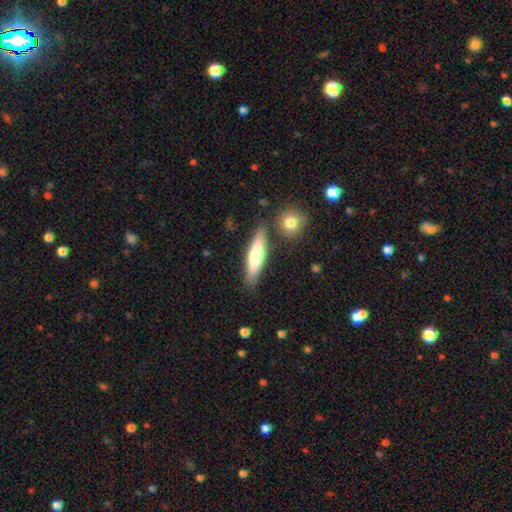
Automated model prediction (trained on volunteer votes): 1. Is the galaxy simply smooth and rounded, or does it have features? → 59% smooth, 35% featured or disk, 6% star or artifact.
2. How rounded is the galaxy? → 73% cigar-shaped, 25% in between, 2% round.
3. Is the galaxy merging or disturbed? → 81% none, 10% minor disturbance, 6% merger, 3% major disturbance.